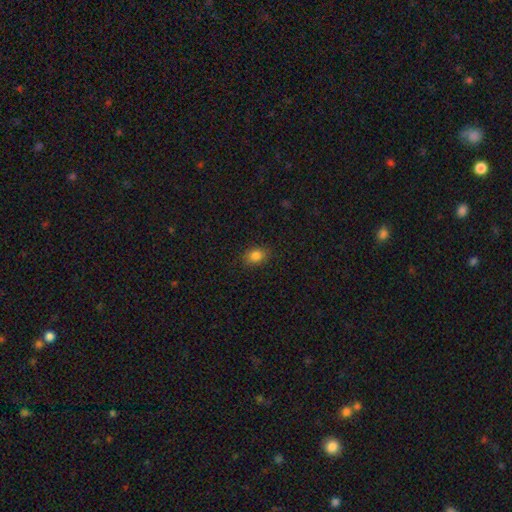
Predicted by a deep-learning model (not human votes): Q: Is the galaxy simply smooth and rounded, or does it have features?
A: smooth — 83%.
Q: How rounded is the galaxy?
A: in between — 62%.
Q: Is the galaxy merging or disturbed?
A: none — 86%.